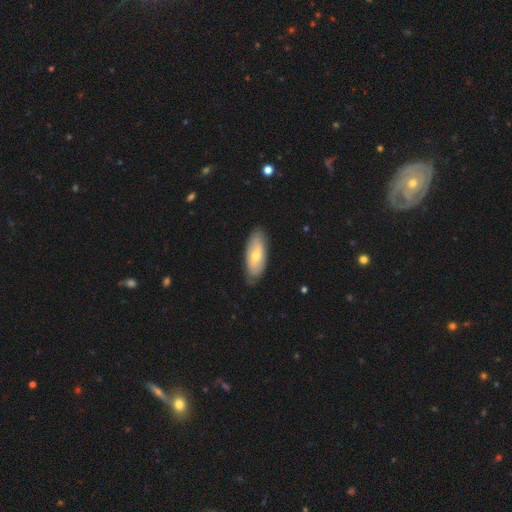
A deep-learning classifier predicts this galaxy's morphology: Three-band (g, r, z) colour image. It shows a smooth galaxy with no disk features (55%) that is in between round and cigar-shaped (80%). Merging: none (82%).